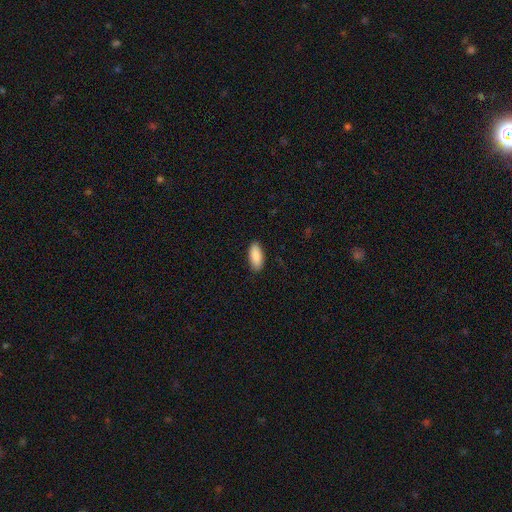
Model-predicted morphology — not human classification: Smooth or featured: smooth — 90% (star or artifact — 6%)
How rounded: in between — 85% (cigar-shaped — 13%)
Merging: none — 89% (minor disturbance — 8%)